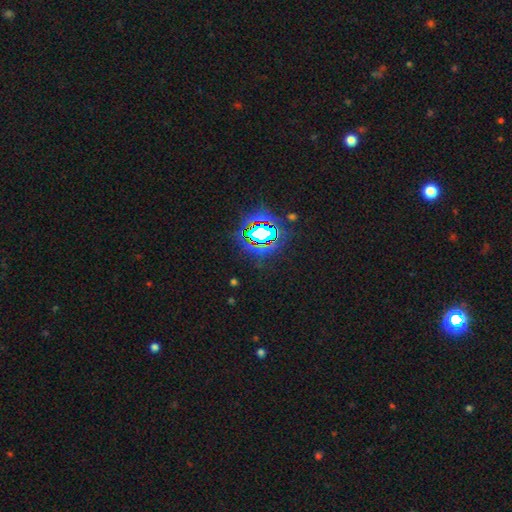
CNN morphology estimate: smooth_or_featured: star or artifact (p=0.80) [alt: smooth p=0.12]